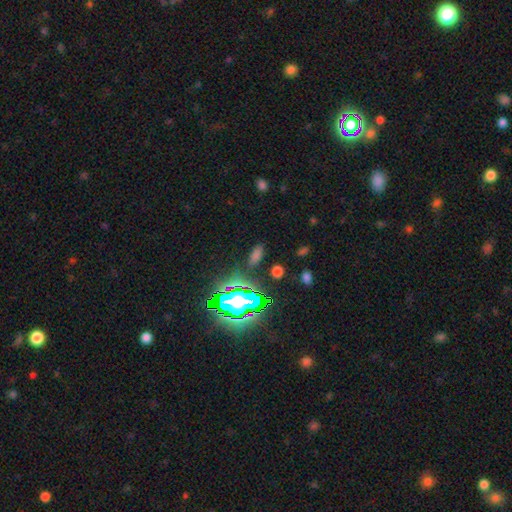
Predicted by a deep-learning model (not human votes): Smooth or featured: smooth — 50% (star or artifact — 38%)
How rounded: in between — 76% (cigar-shaped — 13%)
Merging: none — 80% (minor disturbance — 12%)